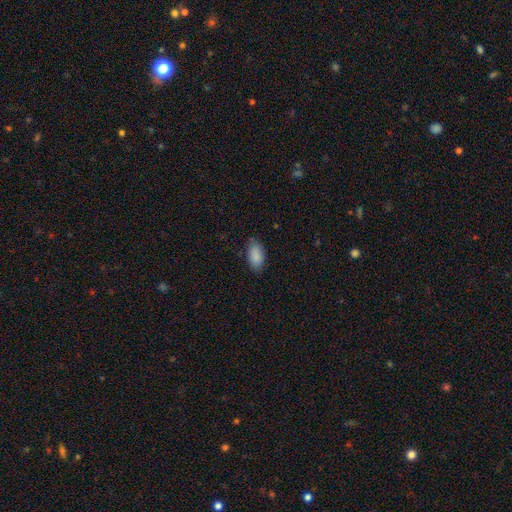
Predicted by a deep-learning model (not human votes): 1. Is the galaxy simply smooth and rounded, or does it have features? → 88% smooth, 7% star or artifact, 5% featured or disk.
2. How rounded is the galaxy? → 94% in between, 3% round, 3% cigar-shaped.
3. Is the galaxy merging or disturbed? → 82% none, 14% minor disturbance, 3% major disturbance, 1% merger.